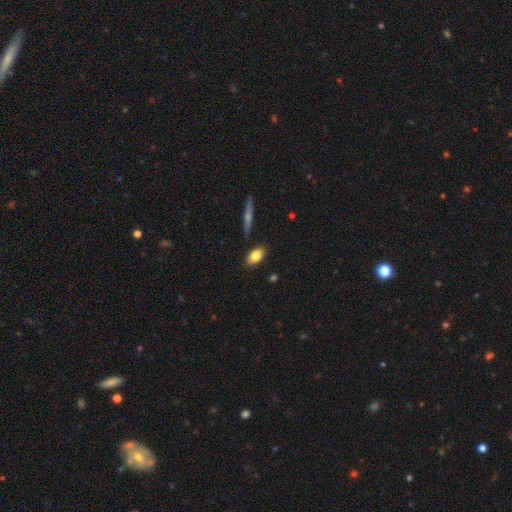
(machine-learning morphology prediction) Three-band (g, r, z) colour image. It shows a smooth galaxy with no disk features (82%) that is in between round and cigar-shaped (88%). Merging: none (85%).